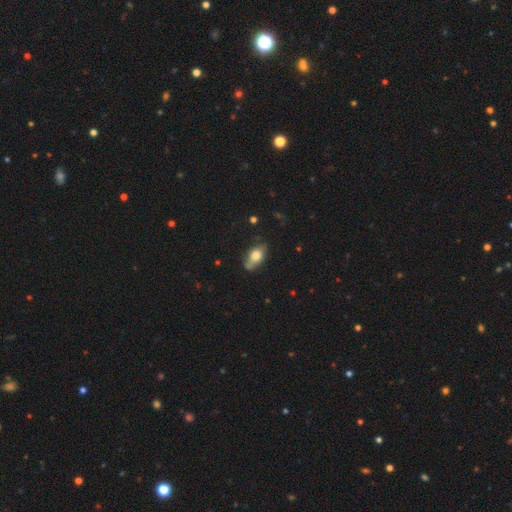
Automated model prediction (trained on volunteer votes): Overall: smooth (72%). How rounded: in between (86%). Merging: none (59%; minor disturbance 29%).